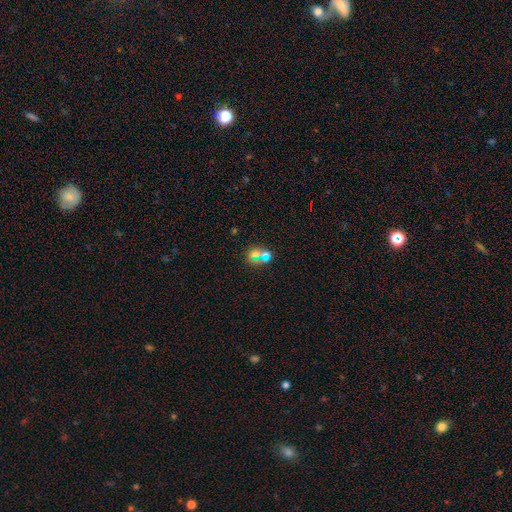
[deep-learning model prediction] smooth_or_featured: smooth (p=0.45) [alt: star or artifact p=0.32]
merging: none (p=0.51) [alt: merger p=0.31]